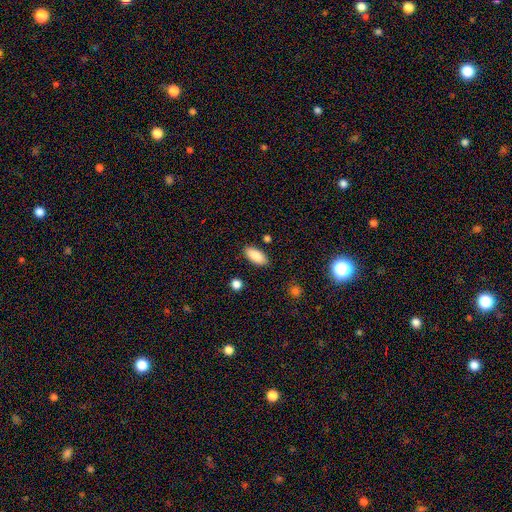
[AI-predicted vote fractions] smooth-or-featured: smooth: 88% | star or artifact: 7% | featured or disk: 5%
  how-rounded: in between: 89% | cigar-shaped: 9% | round: 2%
  merging: none: 86% | minor disturbance: 9% | major disturbance: 2% | merger: 2%